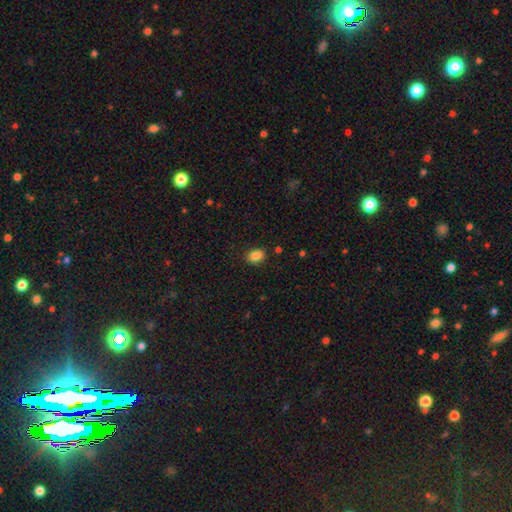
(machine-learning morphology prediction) smooth 85%, star or artifact 10%, featured or disk 5%. Down the decision tree: how rounded — in between (69%); merging — none (85%).